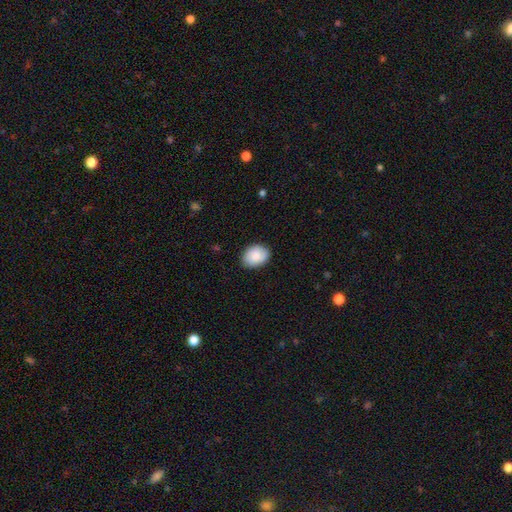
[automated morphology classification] smooth-or-featured: smooth: 87% | featured or disk: 7% | star or artifact: 6%
  how-rounded: in between: 71% | round: 28% | cigar-shaped: 1%
  merging: none: 86% | minor disturbance: 11% | major disturbance: 2% | merger: 1%